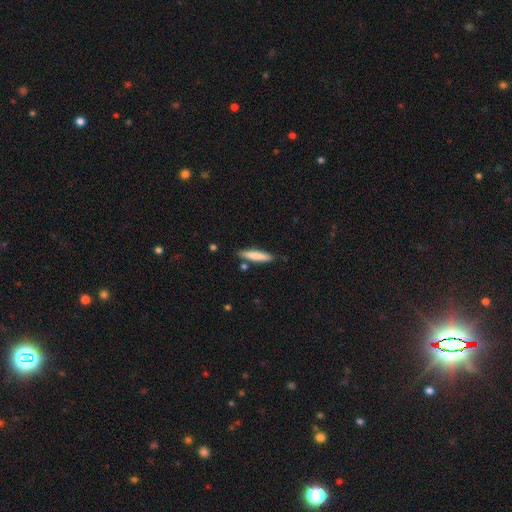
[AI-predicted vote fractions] This is likely a smooth galaxy (78%). How rounded: clearly cigar-shaped (87%). Merging: clearly none (83%).